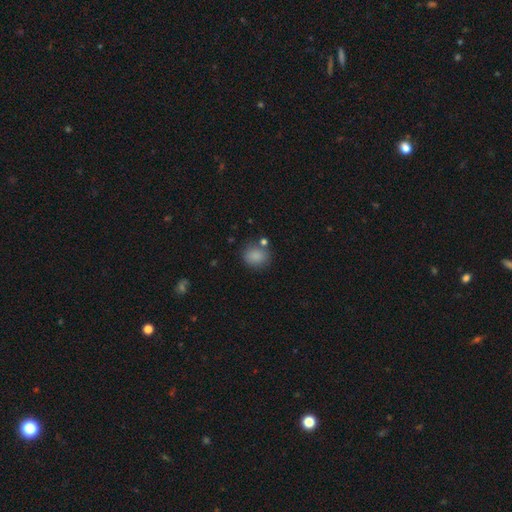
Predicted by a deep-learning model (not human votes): This appears to be a smooth galaxy with no disk features (85%) that is round (72%). Merging: none (73%).